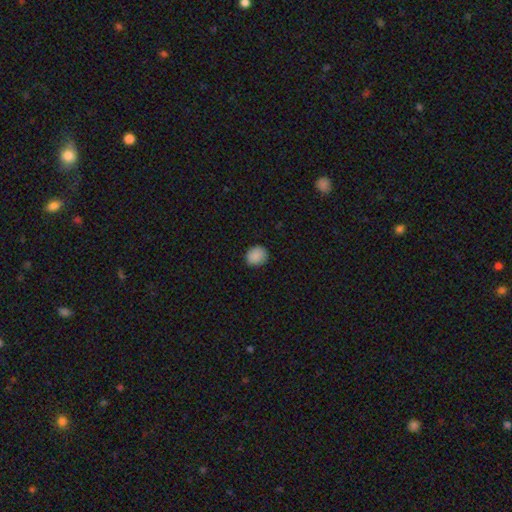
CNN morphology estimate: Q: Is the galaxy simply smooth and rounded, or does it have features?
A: smooth — 88%.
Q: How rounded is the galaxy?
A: round — 71%.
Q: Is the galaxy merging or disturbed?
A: none — 86%.